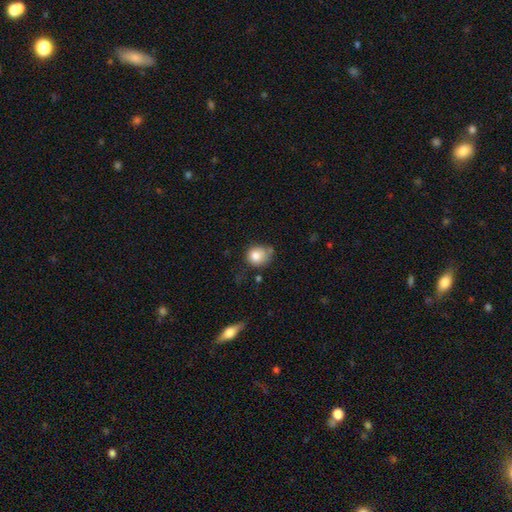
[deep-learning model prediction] The model was most divided on "merging": none: 55%, minor disturbance: 29%, major disturbance: 9%, merger: 8%. More confident: smooth or featured — smooth (81%); how rounded — round (77%).